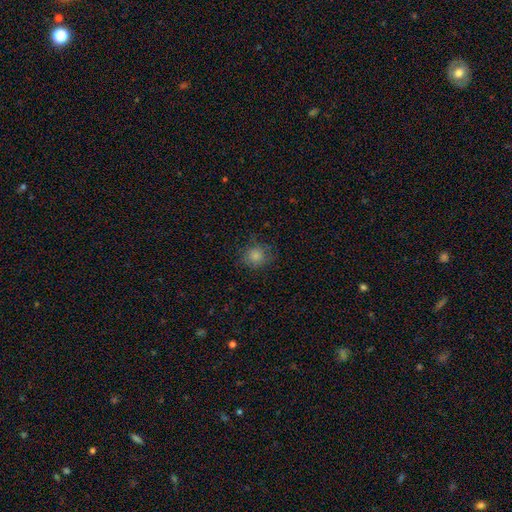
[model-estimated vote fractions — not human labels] A smooth galaxy with no disk features (83%) that is round (85%).

Vote fractions:
- Smooth or featured? smooth: 83% / star or artifact: 12% / featured or disk: 6%
- How rounded? round: 85% / in between: 14% / cigar-shaped: 1%
- Merging? none: 78% / minor disturbance: 15% / major disturbance: 5% / merger: 1%